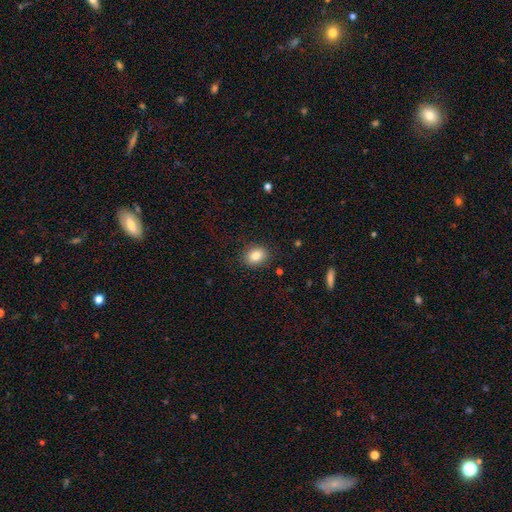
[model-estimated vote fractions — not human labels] This is clearly a smooth galaxy (83%). How rounded: possibly in between (54%). Merging: clearly none (88%).